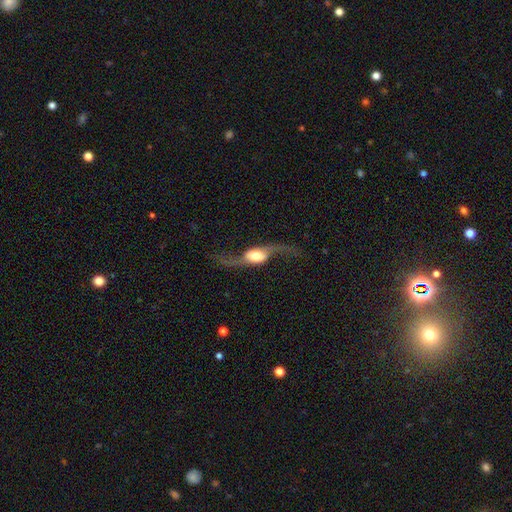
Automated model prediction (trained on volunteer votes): Morphology: type=featured or disk (84%); edge-on=no (81%); bar=no (48%); spiral arms=yes (94%); winding=loose (94%); arm count=2 (94%); bulge=large (38%); merging=none (61%).